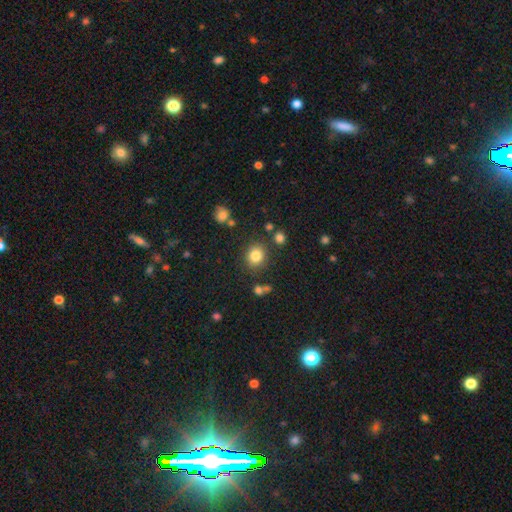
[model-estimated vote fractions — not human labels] Smooth or featured: smooth — 82% (star or artifact — 12%)
How rounded: round — 79% (in between — 20%)
Merging: none — 82% (minor disturbance — 9%)